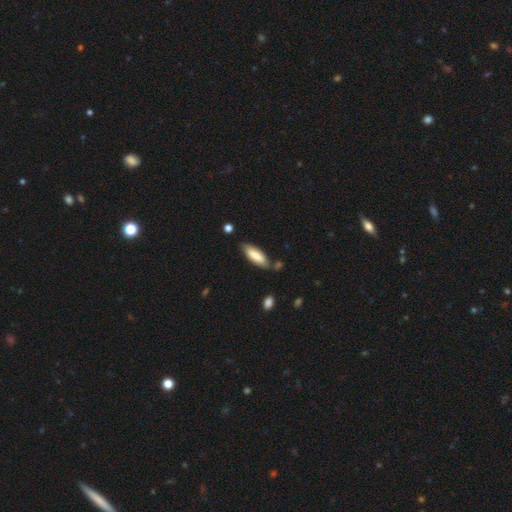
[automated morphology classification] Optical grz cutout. It shows a smooth galaxy with no disk features (83%) that is in between round and cigar-shaped (56%). Merging: none (72%).